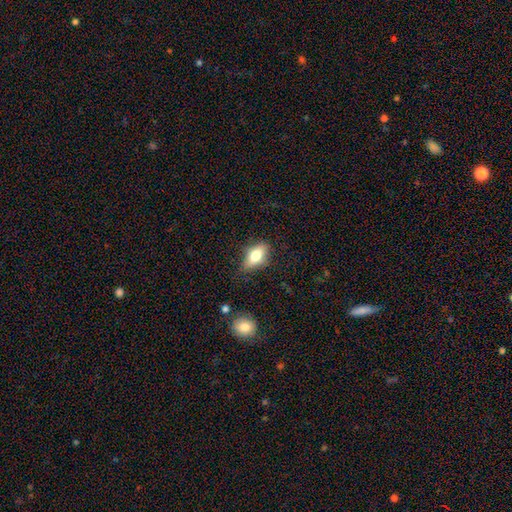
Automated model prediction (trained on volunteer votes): This appears to be a smooth galaxy with no disk features (71%) that is in between round and cigar-shaped (82%). Merging: none (74%).